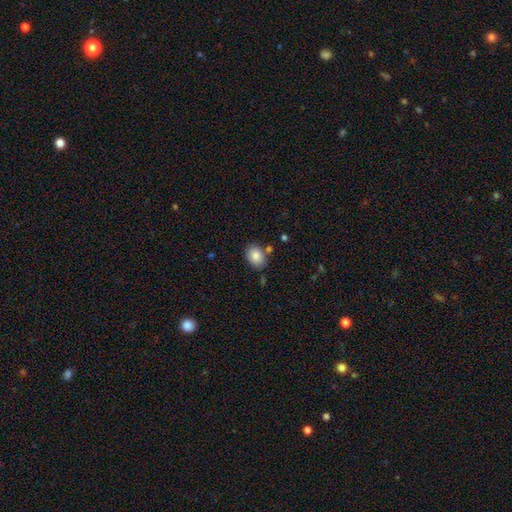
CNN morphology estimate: This appears to be a smooth galaxy with no disk features (86%) that is in between round and cigar-shaped (67%). Merging: none (76%).